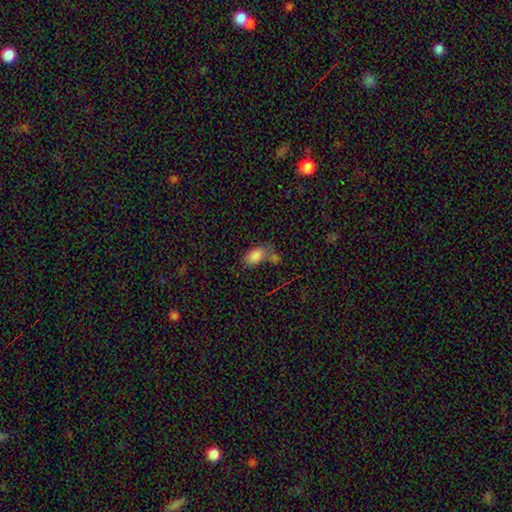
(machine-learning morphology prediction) Smooth or featured? smooth (83%)
How rounded? in between (91%)
Merging? none (46%)